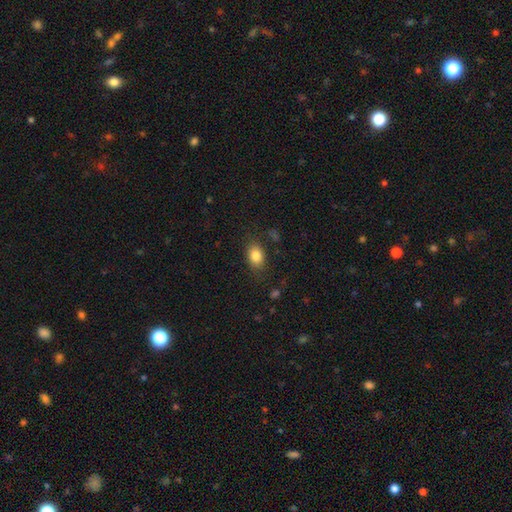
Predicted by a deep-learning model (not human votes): smooth 84%, star or artifact 9%, featured or disk 7%. Down the decision tree: how rounded — in between (78%); merging — none (80%).